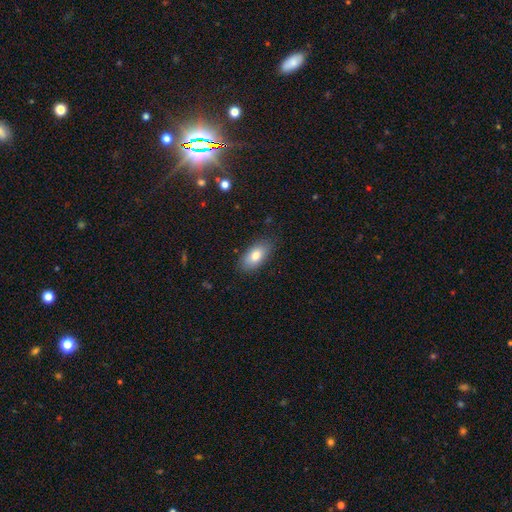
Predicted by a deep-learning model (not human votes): Overall: smooth (79%). How rounded: in between (91%). Merging: none (83%).